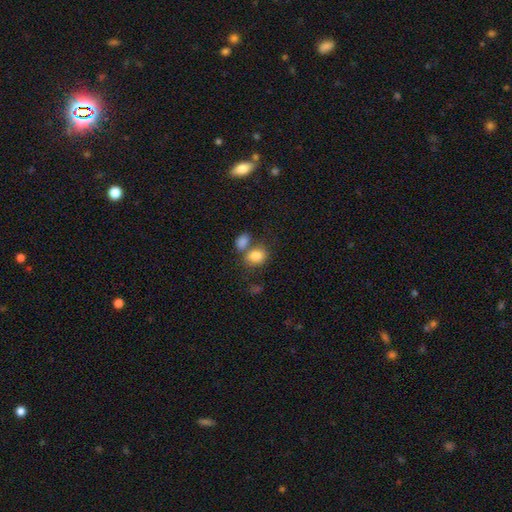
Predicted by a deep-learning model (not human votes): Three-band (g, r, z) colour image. It shows a smooth galaxy with no disk features (83%) that is in between round and cigar-shaped (62%). Merging: none (45%).